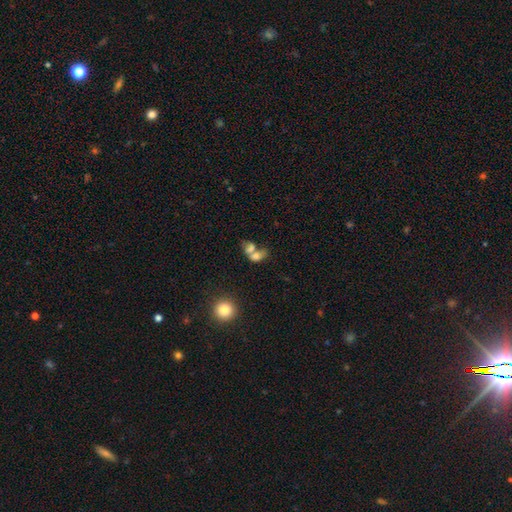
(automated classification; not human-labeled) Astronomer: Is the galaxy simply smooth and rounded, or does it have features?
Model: smooth — 70%.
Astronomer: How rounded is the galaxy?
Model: in between — 74%.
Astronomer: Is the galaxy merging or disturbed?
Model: merger — 63%.